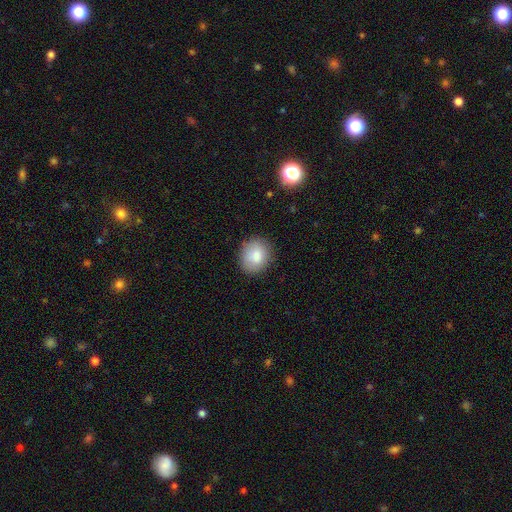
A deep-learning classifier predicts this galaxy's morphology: Smooth or featured? smooth (83%)
How rounded? round (66%)
Merging? none (85%)